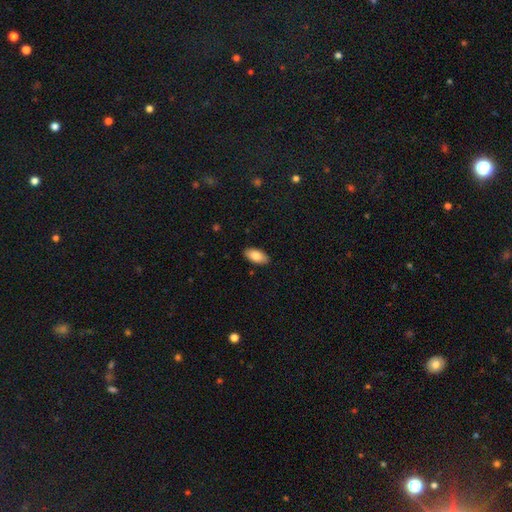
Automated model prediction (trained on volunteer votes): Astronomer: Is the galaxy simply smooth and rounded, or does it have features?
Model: smooth — 83%.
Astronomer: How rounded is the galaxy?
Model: in between — 93%.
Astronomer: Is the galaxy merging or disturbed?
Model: none — 89%.